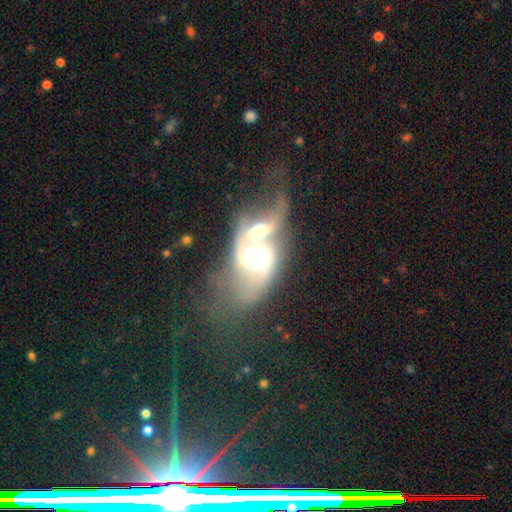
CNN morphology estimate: This appears to be a featured or disk galaxy (82%) with no bar (47%), 2 (78%) loose (48%) spiral arms (91%) and a moderate central bulge (55%). Merging: merger (76%).